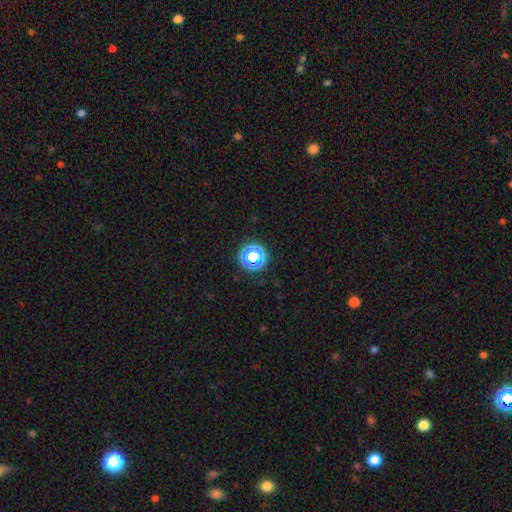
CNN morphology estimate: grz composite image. It shows a star or artifact, not a galaxy (60%).